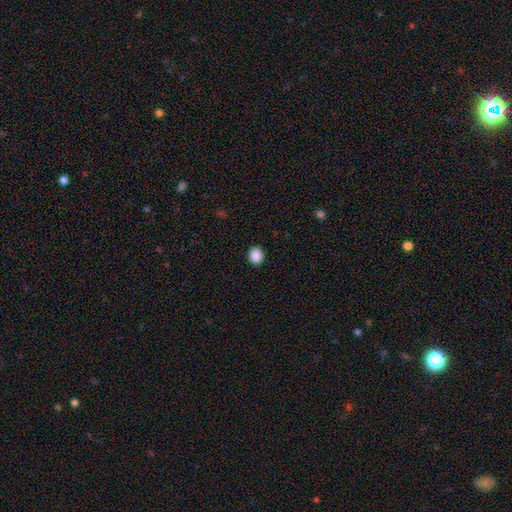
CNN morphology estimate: Smooth or featured? smooth (89%)
How rounded? round (62%)
Merging? none (90%)